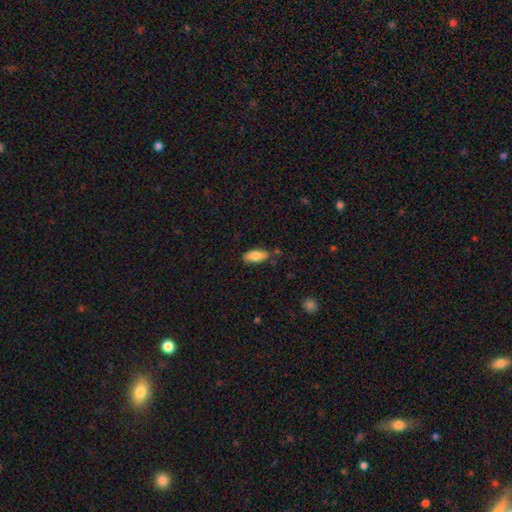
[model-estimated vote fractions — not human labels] A smooth galaxy with no disk features (81%) that is in between round and cigar-shaped (87%). Merging: none (76%).